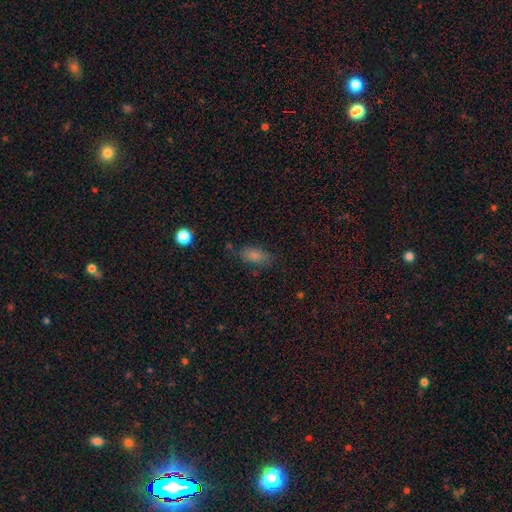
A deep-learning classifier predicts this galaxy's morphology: smooth 75%, star or artifact 15%, featured or disk 10%. Down the decision tree: how rounded — in between (83%); merging — none (76%).